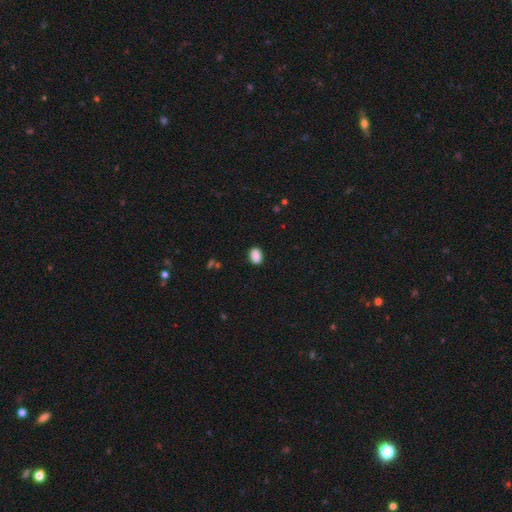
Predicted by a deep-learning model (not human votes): The model was most divided on "how rounded": in between: 83%, round: 15%, cigar-shaped: 2%. More confident: smooth or featured — smooth (89%); merging — none (87%).